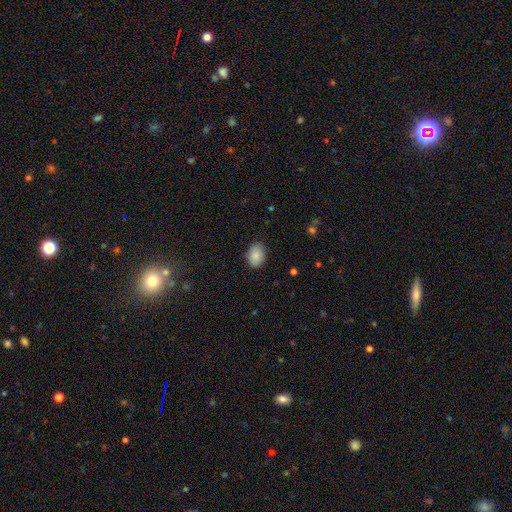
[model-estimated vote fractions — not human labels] The model was most divided on "how rounded": in between: 75%, round: 24%, cigar-shaped: 1%. More confident: smooth or featured — smooth (86%); merging — none (86%).